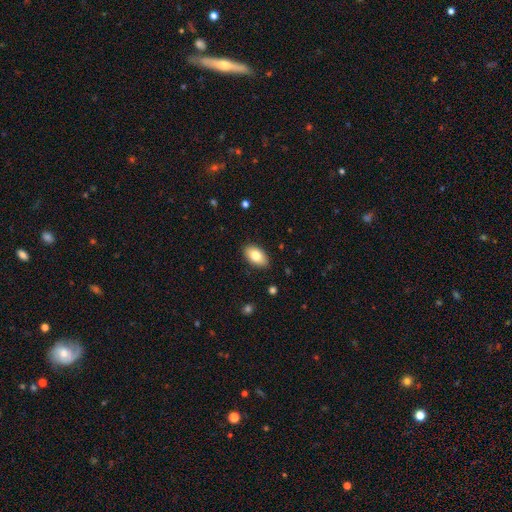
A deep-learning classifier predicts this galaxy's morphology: smooth-or-featured: smooth: 81% | featured or disk: 13% | star or artifact: 7%
  how-rounded: in between: 94% | round: 5% | cigar-shaped: 2%
  merging: none: 89% | minor disturbance: 8% | major disturbance: 2% | merger: 1%